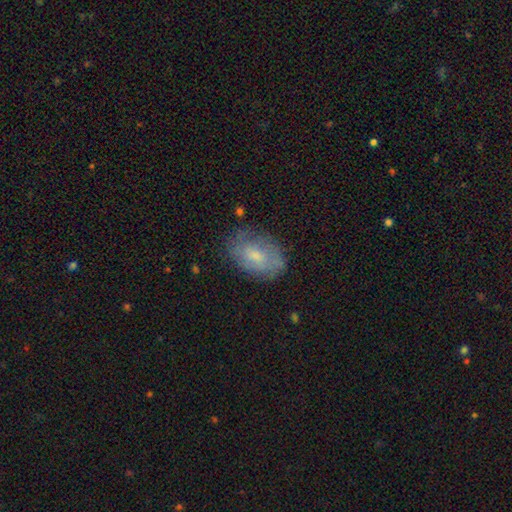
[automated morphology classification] Smooth or featured: smooth — 55% (featured or disk — 36%)
How rounded: in between — 86% (round — 12%)
Merging: none — 68% (minor disturbance — 23%)